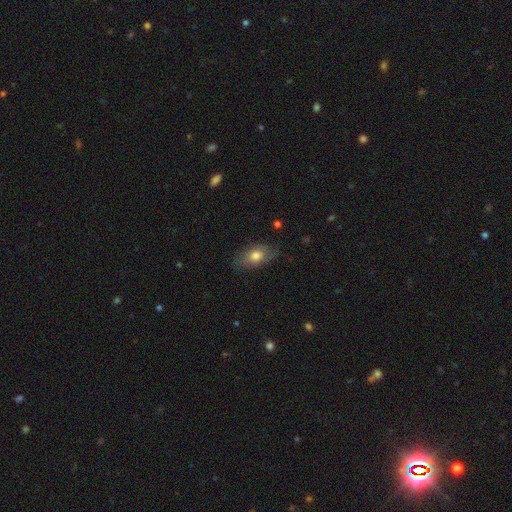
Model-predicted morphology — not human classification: smooth 71%, featured or disk 22%, star or artifact 8%. Down the decision tree: how rounded — in between (85%); merging — none (75%).